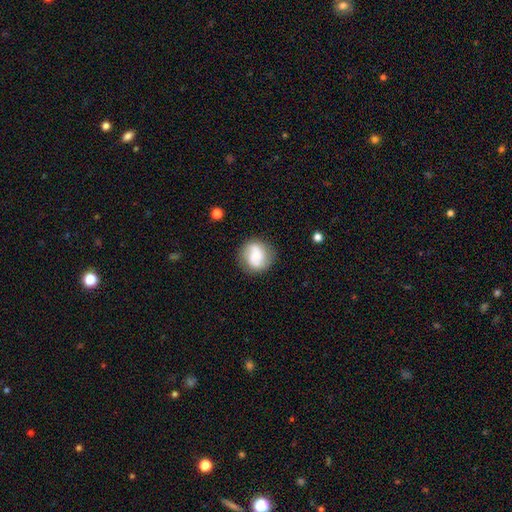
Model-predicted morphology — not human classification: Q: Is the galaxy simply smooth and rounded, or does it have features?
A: featured or disk — 50%.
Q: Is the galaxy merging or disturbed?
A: none — 76%.